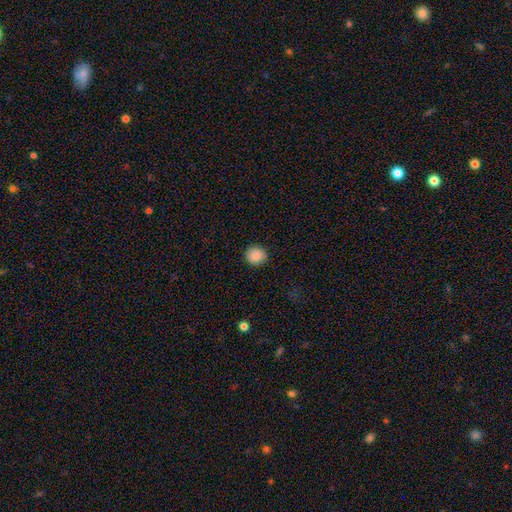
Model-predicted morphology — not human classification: A smooth galaxy with no disk features (88%) that is round (86%). Merging: none (89%).